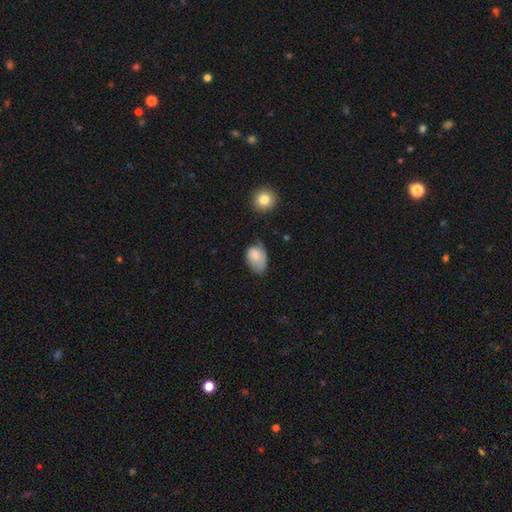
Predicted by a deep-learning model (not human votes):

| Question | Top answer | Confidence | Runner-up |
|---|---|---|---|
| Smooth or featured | smooth | 74% | featured or disk (18%) |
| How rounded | in between | 83% | round (16%) |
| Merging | minor disturbance | 41% | none (31%) |